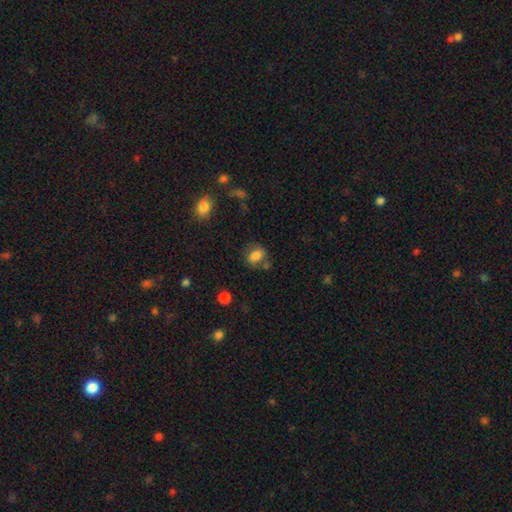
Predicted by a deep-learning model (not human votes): Smooth or featured? Predicted: smooth (p=0.73). How rounded? Predicted: in between (p=0.57). Merging? Predicted: none (p=0.60).